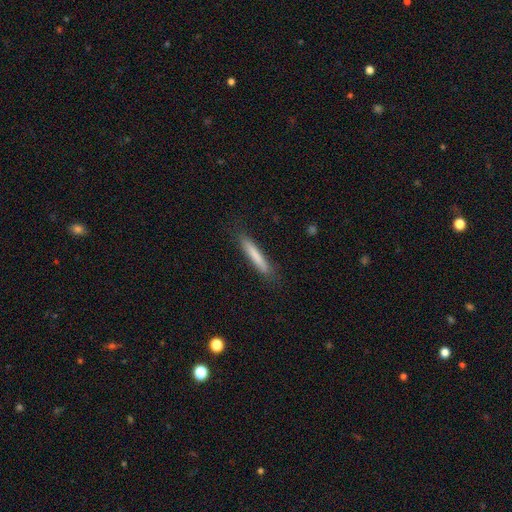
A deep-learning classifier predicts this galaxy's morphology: Smooth or featured: smooth — 77% (featured or disk — 17%)
How rounded: cigar-shaped — 93% (in between — 5%)
Merging: none — 85% (minor disturbance — 11%)